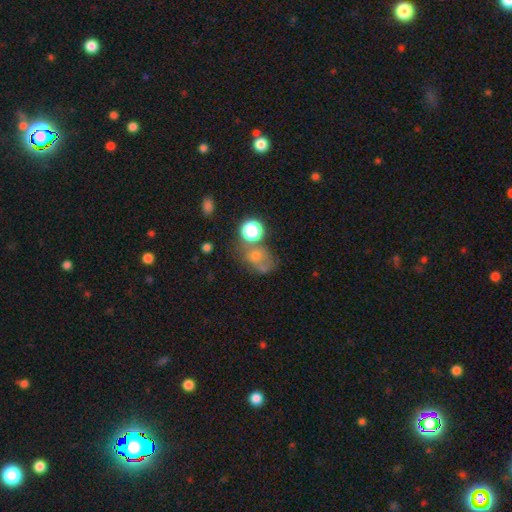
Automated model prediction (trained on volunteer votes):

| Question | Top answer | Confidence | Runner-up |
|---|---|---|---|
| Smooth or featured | smooth | 55% | star or artifact (25%) |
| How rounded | round | 59% | in between (39%) |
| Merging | none | 40% | merger (27%) |